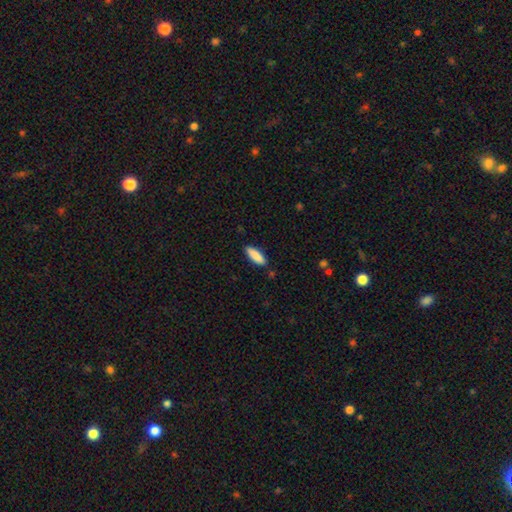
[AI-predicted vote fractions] Overall: smooth (88%). How rounded: in between (54%; cigar-shaped 44%). Merging: none (86%).